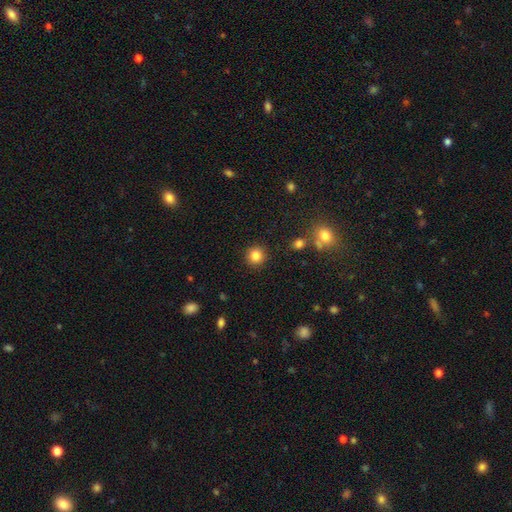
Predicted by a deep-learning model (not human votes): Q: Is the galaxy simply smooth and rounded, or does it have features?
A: smooth — 84%.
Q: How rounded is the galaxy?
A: round — 93%.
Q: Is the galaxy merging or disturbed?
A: none — 90%.